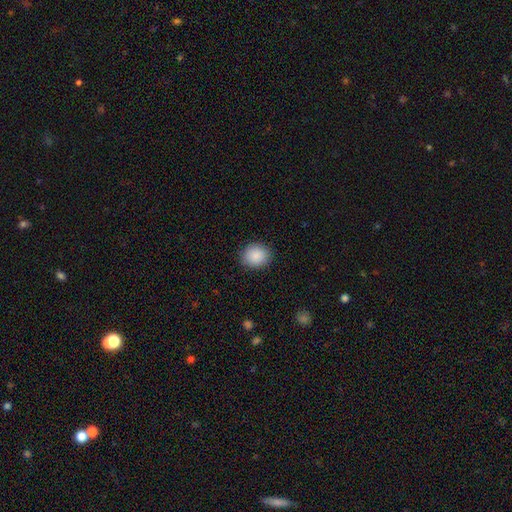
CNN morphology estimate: Smooth or featured? smooth (89%)
How rounded? round (68%)
Merging? none (88%)